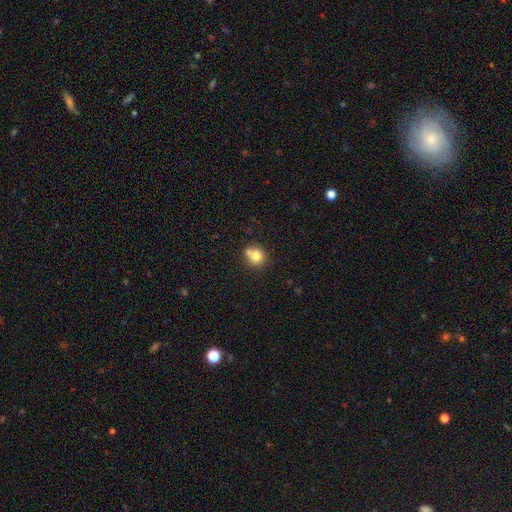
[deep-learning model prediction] smooth_or_featured: smooth (p=0.77) [alt: featured or disk p=0.12]
how_rounded: round (p=0.86) [alt: in between p=0.13]
merging: none (p=0.58) [alt: merger p=0.28]